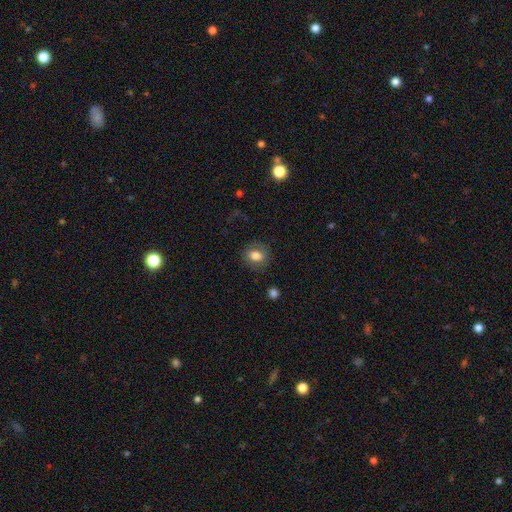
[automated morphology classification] smooth_or_featured: smooth (p=0.79) [alt: featured or disk p=0.12]
how_rounded: round (p=0.58) [alt: in between p=0.41]
merging: none (p=0.81) [alt: minor disturbance p=0.13]